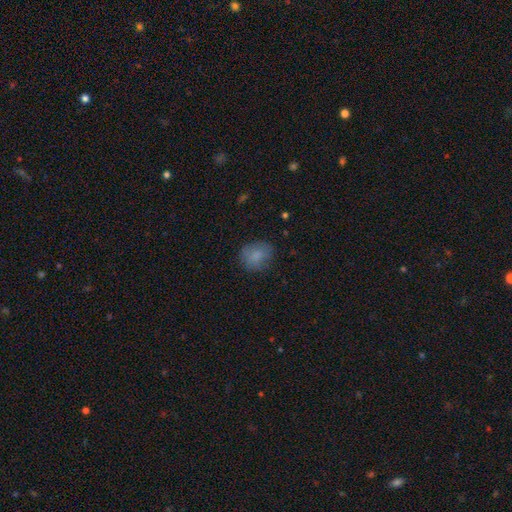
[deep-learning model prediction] A smooth galaxy with no disk features (81%) that is round (61%).

Vote fractions:
- Smooth or featured? smooth: 81% / featured or disk: 10% / star or artifact: 9%
- How rounded? round: 61% / in between: 38% / cigar-shaped: 1%
- Merging? none: 74% / minor disturbance: 19% / major disturbance: 6% / merger: 1%